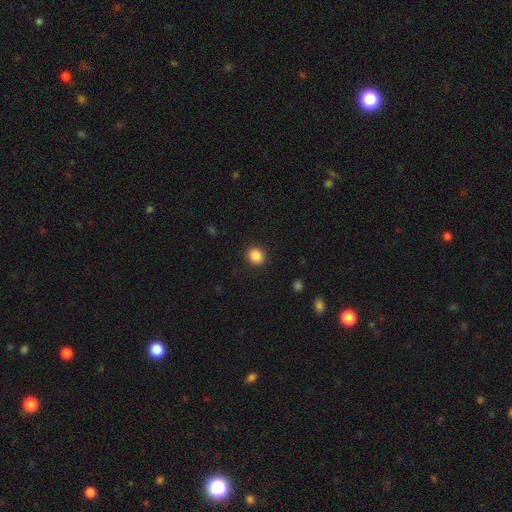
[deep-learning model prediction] A smooth galaxy with no disk features (87%) that is round (73%). Merging: none (90%).